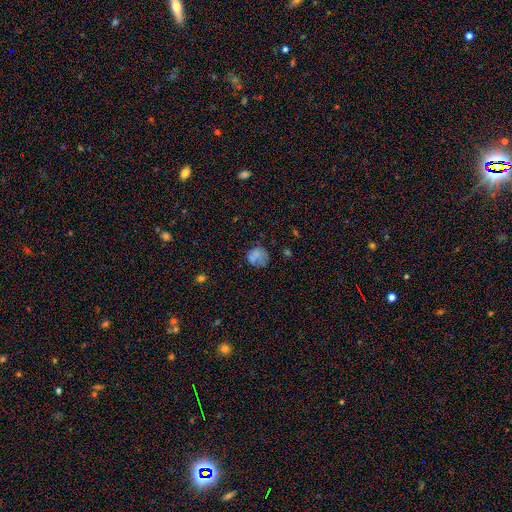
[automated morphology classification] A smooth galaxy with no disk features (71%) that is round (74%). Merging: none (56%).